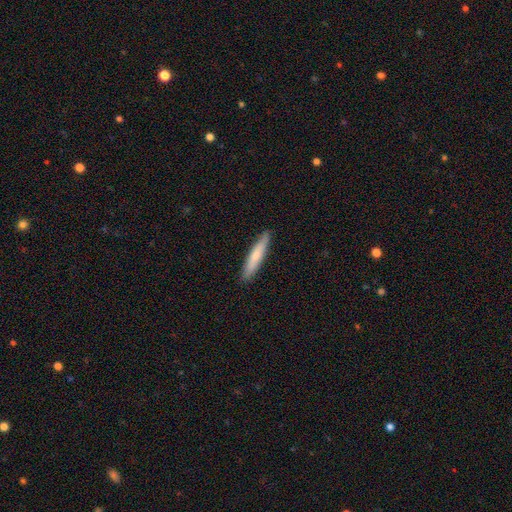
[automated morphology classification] The model was most divided on "smooth or featured": smooth: 72%, featured or disk: 23%, star or artifact: 5%. More confident: how rounded — cigar-shaped (90%); merging — none (89%).